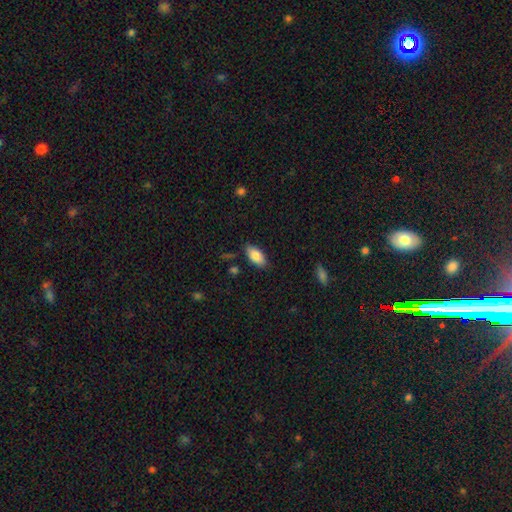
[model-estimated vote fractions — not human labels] This is clearly a smooth galaxy (84%). How rounded: clearly in between (92%). Merging: clearly none (84%).